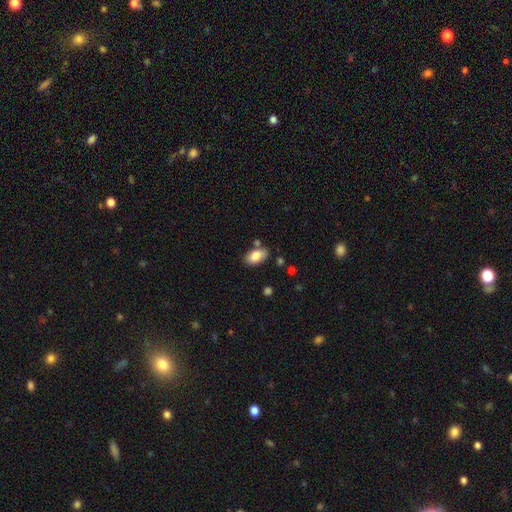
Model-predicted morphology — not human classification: type=smooth (82%); roundness=in between (93%); merging=none (73%).